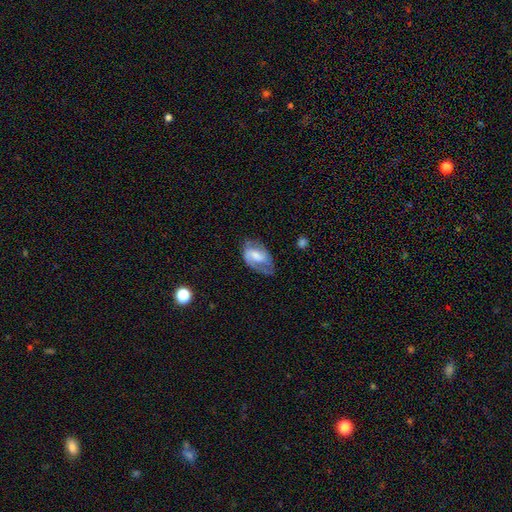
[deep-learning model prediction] Overall: featured or disk (62%; smooth 31%). Edge-on disk: no (96%). Bar: weak (49%; no 35%). Spiral arms: yes (85%). Spiral arm count: 2 (64%). Spiral winding: medium (46%; loose 27%). Bulge size: moderate (40%; small 26%). Merging: none (51%; minor disturbance 29%).